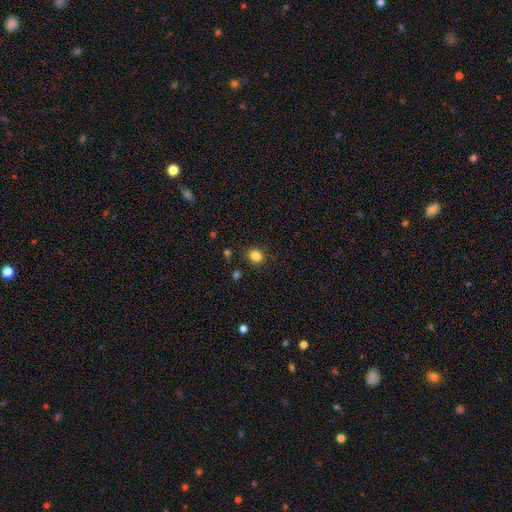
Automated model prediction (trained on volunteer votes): Smooth or featured? smooth (84%)
How rounded? round (70%)
Merging? none (85%)